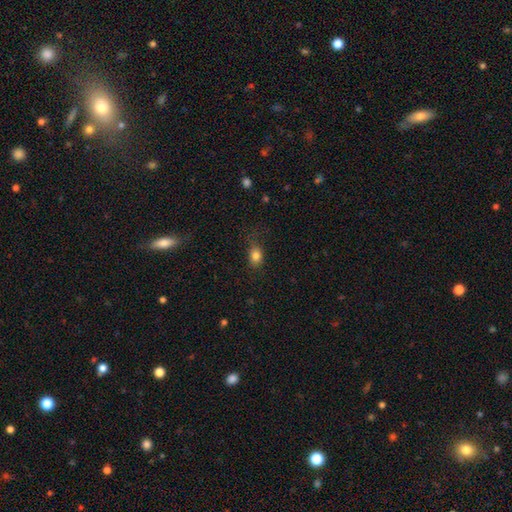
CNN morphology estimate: Smooth or featured? Predicted: smooth (p=0.82). How rounded? Predicted: in between (p=0.66). Merging? Predicted: none (p=0.71).